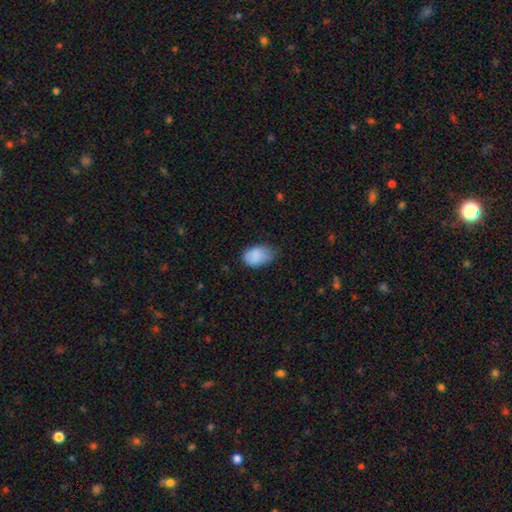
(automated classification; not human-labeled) smooth 87%, star or artifact 7%, featured or disk 6%. Down the decision tree: how rounded — in between (86%); merging — none (52%).